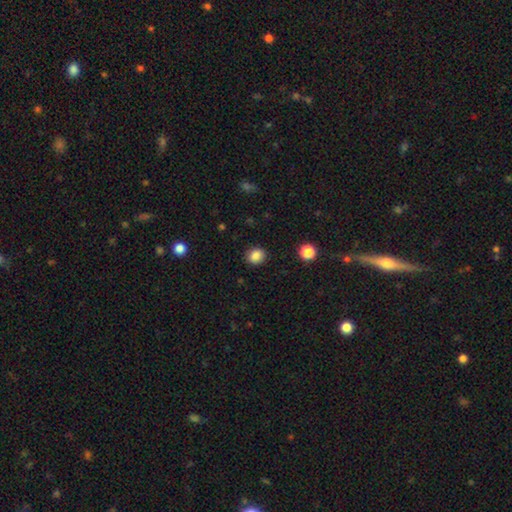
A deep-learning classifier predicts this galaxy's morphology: This is clearly a smooth galaxy (86%). How rounded: likely round (66%). Merging: clearly none (89%).